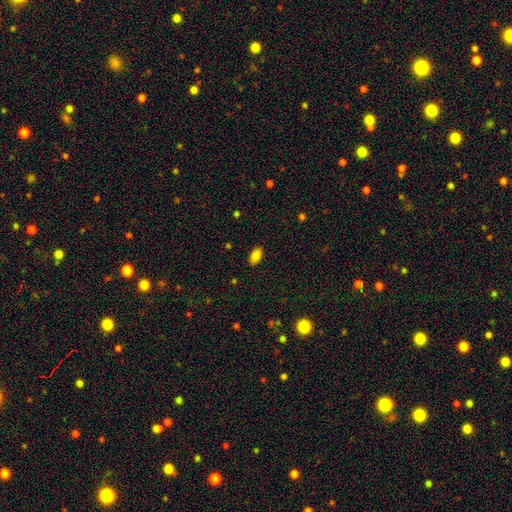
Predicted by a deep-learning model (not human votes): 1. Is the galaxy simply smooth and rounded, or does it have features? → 85% smooth, 9% star or artifact, 6% featured or disk.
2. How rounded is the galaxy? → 92% in between, 4% round, 4% cigar-shaped.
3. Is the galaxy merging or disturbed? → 87% none, 9% minor disturbance, 2% major disturbance, 1% merger.